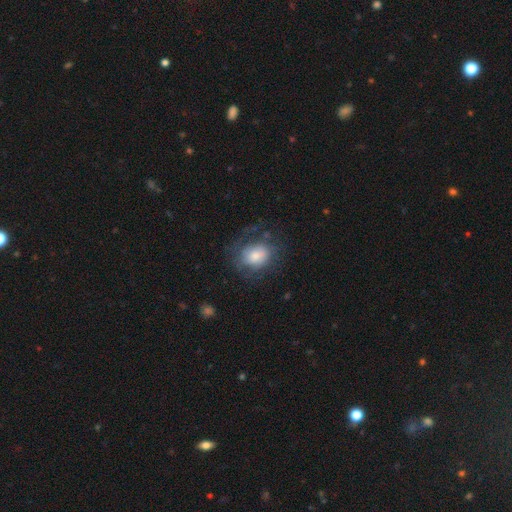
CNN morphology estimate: smooth_or_featured: smooth (p=0.62) [alt: featured or disk p=0.29]
how_rounded: in between (p=0.52) [alt: round p=0.47]
merging: none (p=0.55) [alt: minor disturbance p=0.22]